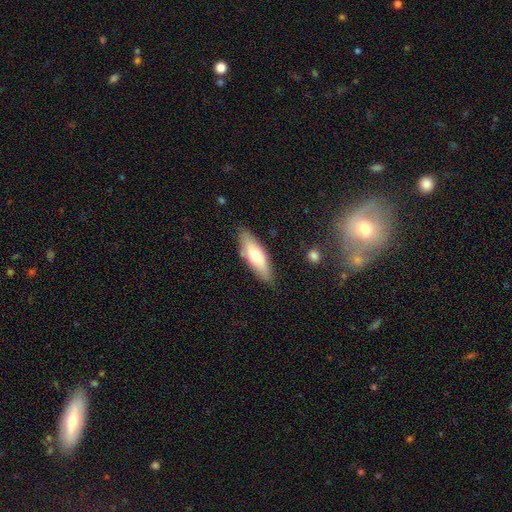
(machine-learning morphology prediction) Smooth or featured: smooth — 62% (featured or disk — 32%)
How rounded: in between — 58% (cigar-shaped — 40%)
Merging: none — 81% (minor disturbance — 14%)